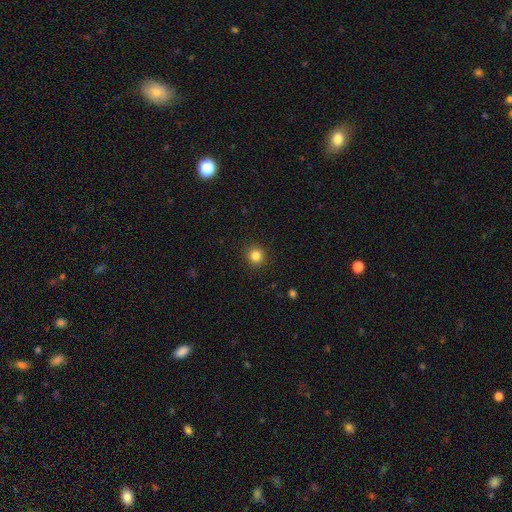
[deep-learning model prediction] Morphology: type=smooth (83%); roundness=round (93%); merging=none (92%).